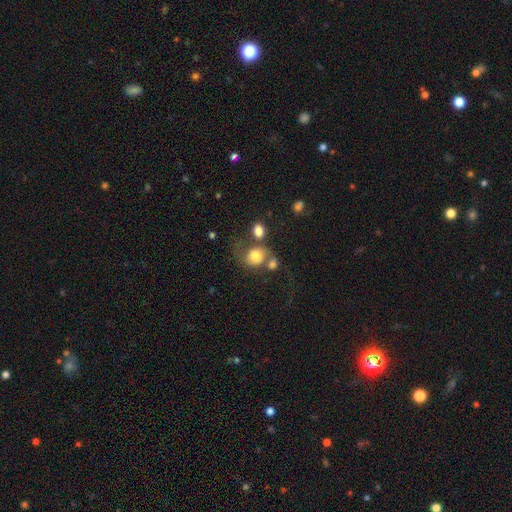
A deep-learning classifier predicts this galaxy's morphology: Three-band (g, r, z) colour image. It shows a smooth galaxy with no disk features (66%) that is round (61%). Merging: merger (37%).